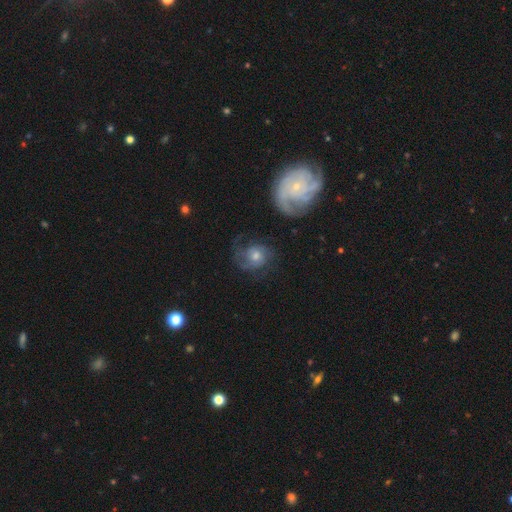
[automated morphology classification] Smooth or featured?
  - featured or disk: 69% *
  - smooth: 21%
  - star or artifact: 10%
Edge-on disk?
  - no: 97% *
  - yes: 3%
Bar?
  - no: 74% *
  - weak: 22%
  - strong: 4%
Spiral arms?
  - yes: 92% *
  - no: 8%
Spiral winding?
  - tight: 42% * (tied)
  - medium: 42% * (tied)
  - loose: 17%
Spiral arm count?
  - 2: 39% *
  - can't tell: 24%
  - 3: 20%
  - 1: 8%
  - 4: 5%
  - more than 4: 4%
Bulge size?
  - small: 47% *
  - moderate: 43%
  - large: 6%
  - none: 2%
  - dominant: 2%
Merging?
  - none: 62% *
  - minor disturbance: 17%
  - major disturbance: 16%
  - merger: 4%